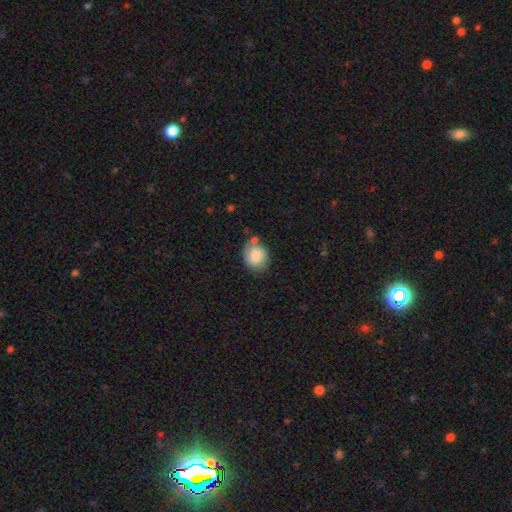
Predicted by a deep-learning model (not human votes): A smooth galaxy with no disk features (82%) that is round (67%). Merging: none (63%).